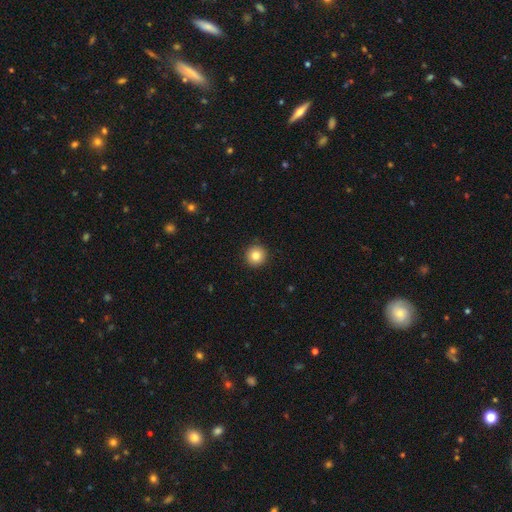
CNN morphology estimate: Smooth or featured: smooth — 83% (star or artifact — 10%)
How rounded: round — 96% (in between — 3%)
Merging: none — 93% (minor disturbance — 5%)